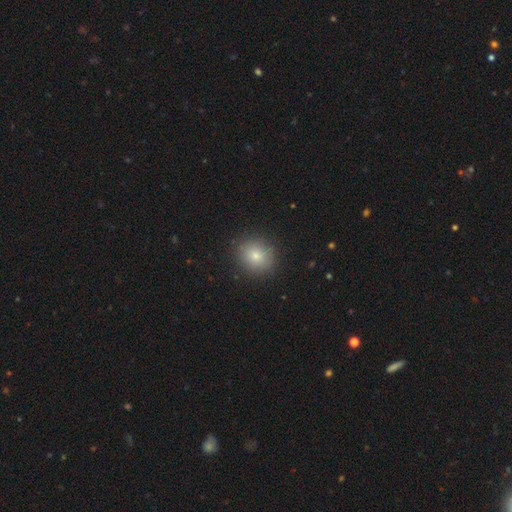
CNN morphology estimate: Smooth or featured? smooth (79%)
How rounded? round (84%)
Merging? none (89%)